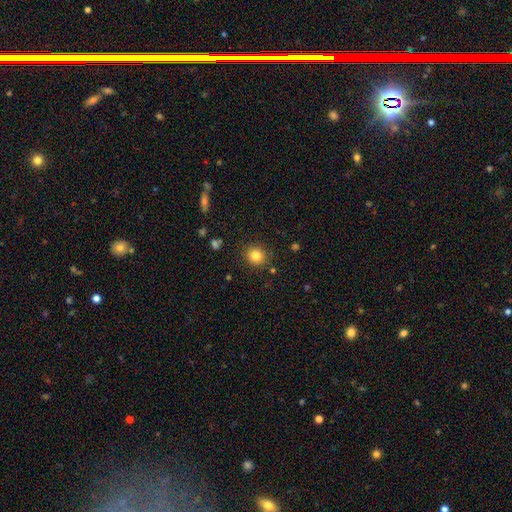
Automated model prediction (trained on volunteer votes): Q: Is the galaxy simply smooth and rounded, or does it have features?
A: smooth — 83%.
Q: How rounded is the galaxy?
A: round — 83%.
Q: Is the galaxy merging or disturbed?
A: none — 87%.